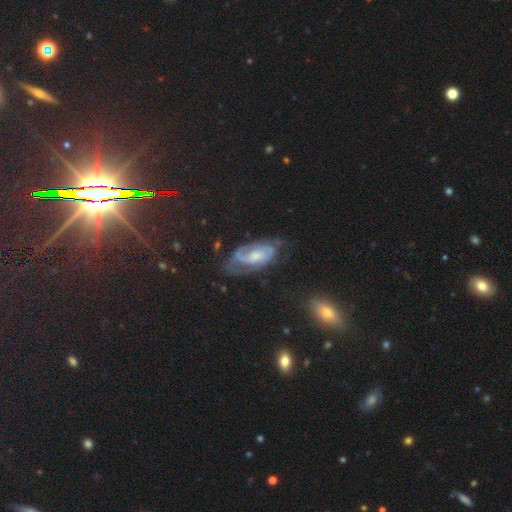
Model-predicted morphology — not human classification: The model was most divided on "bulge size": moderate: 43%, small: 41%, large: 7%, none: 7%, dominant: 2%. Remaining: edge-on disk — no (94%); spiral arms — yes (92%); smooth or featured — featured or disk (73%); merging — none (61%); spiral arm count — 2 (60%); bar — no (55%); spiral winding — tight (49%).